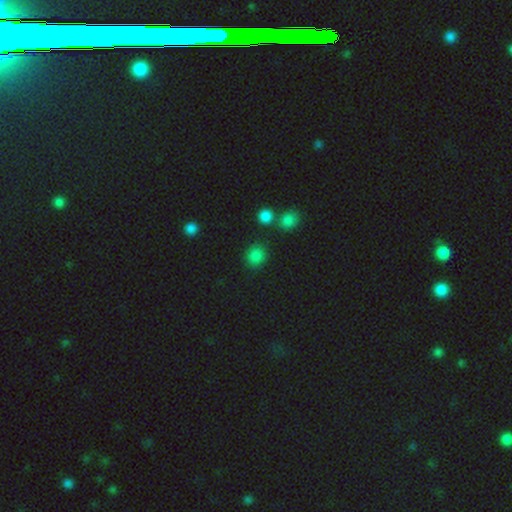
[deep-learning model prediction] smooth_or_featured: smooth (p=0.81) [alt: star or artifact p=0.14]
how_rounded: round (p=0.81) [alt: in between p=0.18]
merging: none (p=0.82) [alt: minor disturbance p=0.09]